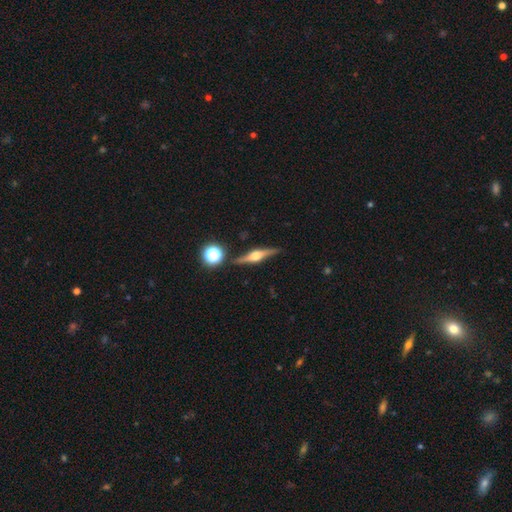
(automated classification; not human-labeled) smooth-or-featured: featured or disk: 77% | smooth: 16% | star or artifact: 7%
  disk-edge-on: yes: 97% | no: 3%
    edge-on-bulge: rounded: 92% | boxy: 6% | none: 2%
  merging: none: 86% | minor disturbance: 8% | merger: 3% | major disturbance: 2%